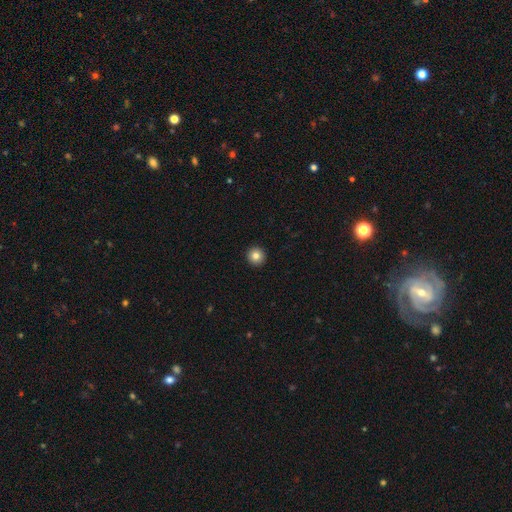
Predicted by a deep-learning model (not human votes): Smooth or featured: smooth — 83% (star or artifact — 10%)
How rounded: round — 96% (in between — 3%)
Merging: none — 94% (minor disturbance — 4%)